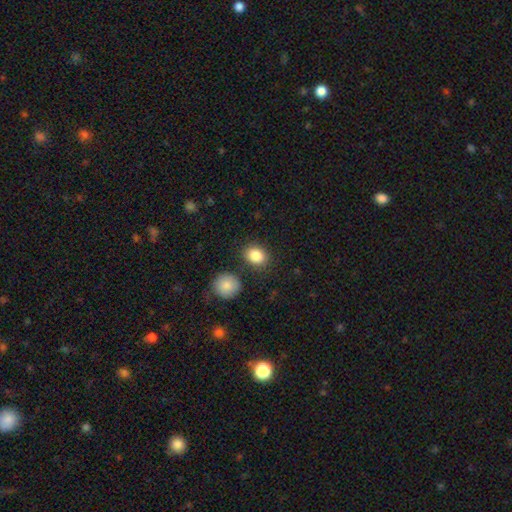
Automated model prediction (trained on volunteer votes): A smooth galaxy with no disk features (86%) that is in between round and cigar-shaped (53%).

Vote fractions:
- Smooth or featured? smooth: 86% / star or artifact: 8% / featured or disk: 6%
- How rounded? in between: 53% / round: 46% / cigar-shaped: 1%
- Merging? none: 81% / minor disturbance: 10% / merger: 6% / major disturbance: 3%